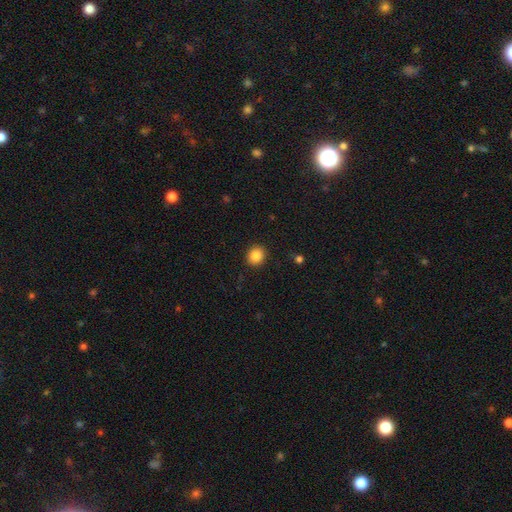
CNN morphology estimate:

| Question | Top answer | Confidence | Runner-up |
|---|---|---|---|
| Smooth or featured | smooth | 87% | star or artifact (9%) |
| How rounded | round | 75% | in between (24%) |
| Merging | none | 91% | minor disturbance (6%) |